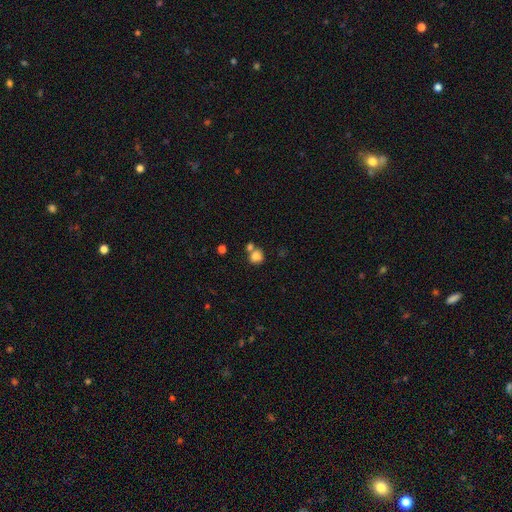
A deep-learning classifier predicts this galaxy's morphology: Smooth or featured?
  - smooth: 82% *
  - star or artifact: 10%
  - featured or disk: 8%
How rounded?
  - round: 80% *
  - in between: 19%
  - cigar-shaped: 1%
Merging?
  - none: 49% *
  - merger: 36%
  - minor disturbance: 10%
  - major disturbance: 4%